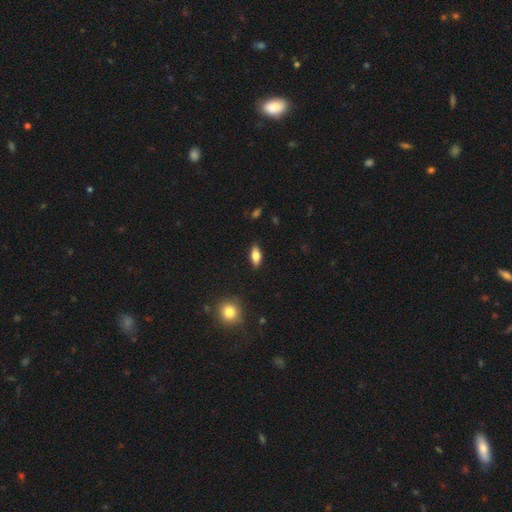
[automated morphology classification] smooth_or_featured: smooth (p=0.73) [alt: featured or disk p=0.20]
how_rounded: in between (p=0.82) [alt: cigar-shaped p=0.15]
merging: none (p=0.87) [alt: minor disturbance p=0.09]